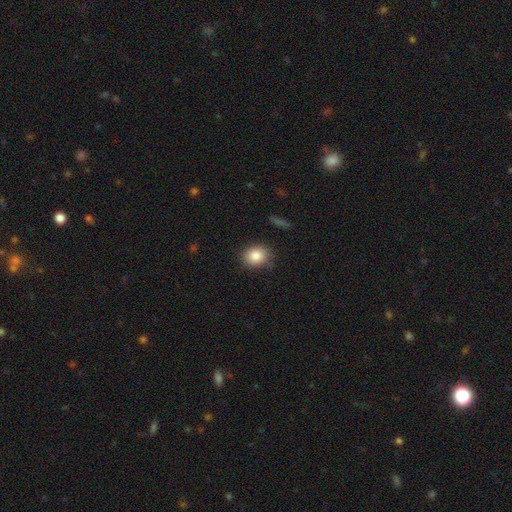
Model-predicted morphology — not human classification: The model was most divided on "how rounded": round: 68%, in between: 31%, cigar-shaped: 1%. More confident: smooth or featured — smooth (85%); merging — none (79%).